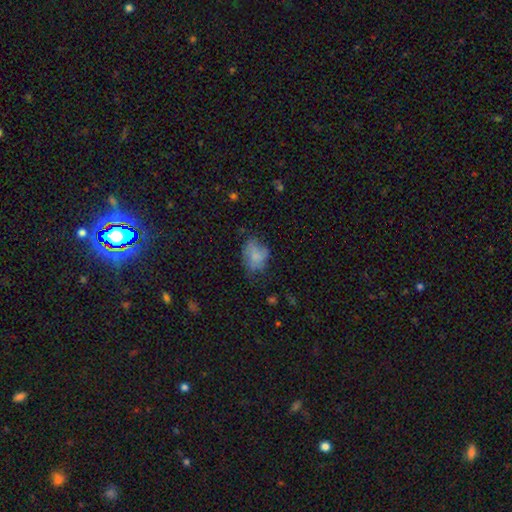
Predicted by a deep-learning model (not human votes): Smooth or featured?
  - smooth: 63% *
  - featured or disk: 26%
  - star or artifact: 11%
How rounded?
  - in between: 70% *
  - round: 29%
  - cigar-shaped: 1%
Merging?
  - none: 45% *
  - minor disturbance: 32%
  - major disturbance: 21%
  - merger: 3%